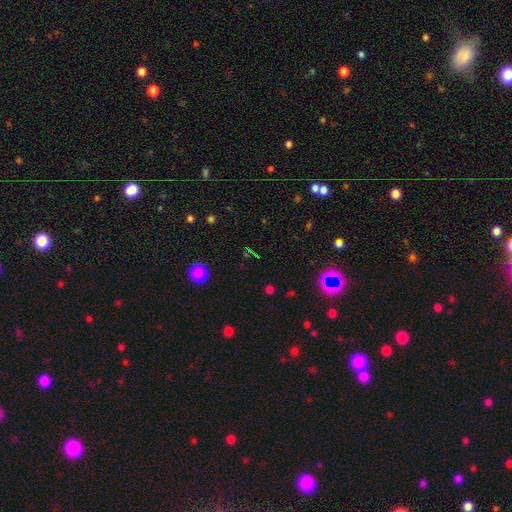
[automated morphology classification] A star or artifact, not a galaxy (65%).